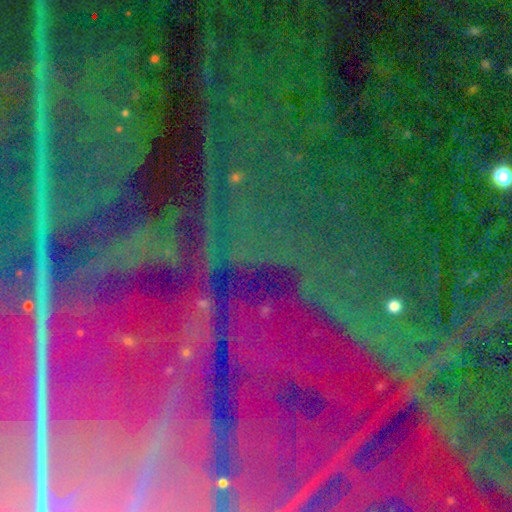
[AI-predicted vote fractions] star or artifact 88%, featured or disk 7%, smooth 5%.